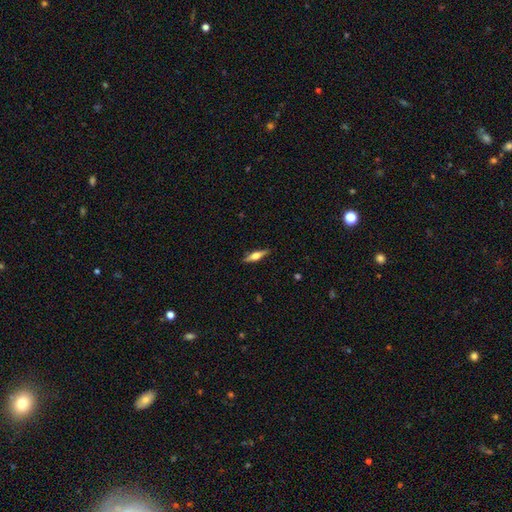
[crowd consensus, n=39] A featured or disk galaxy (64%) viewed edge-on (96%) with a rounded central bulge (88%). Merging: none (81%).